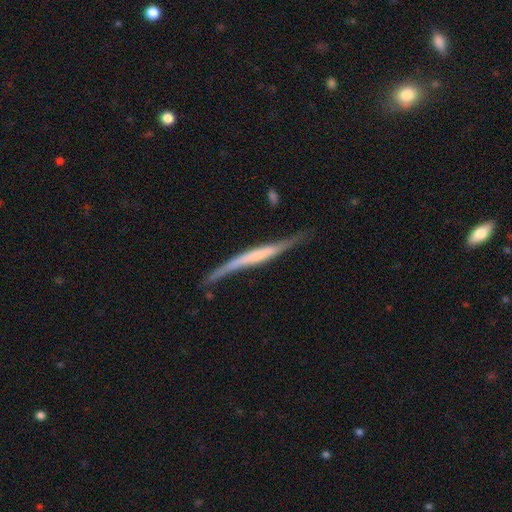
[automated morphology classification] smooth_or_featured: featured or disk (p=0.66) [alt: smooth p=0.29]
disk_edge_on: yes (p=0.90) [alt: no p=0.10]
edge_on_bulge: none (p=0.49) [alt: rounded p=0.26]
merging: none (p=0.61) [alt: minor disturbance p=0.27]